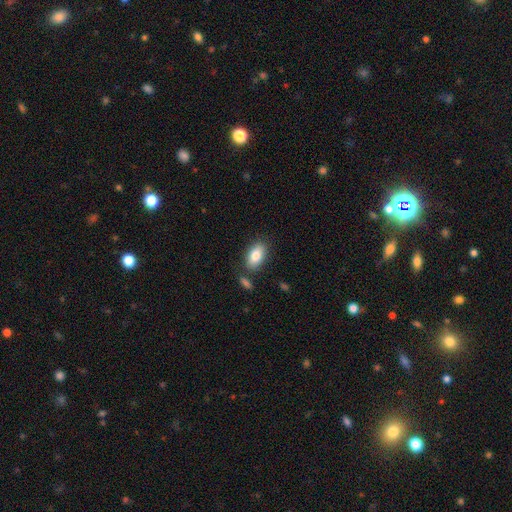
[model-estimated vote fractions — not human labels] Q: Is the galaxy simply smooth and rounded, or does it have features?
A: smooth — 82%.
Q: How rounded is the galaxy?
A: in between — 91%.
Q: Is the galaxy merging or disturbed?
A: none — 79%.